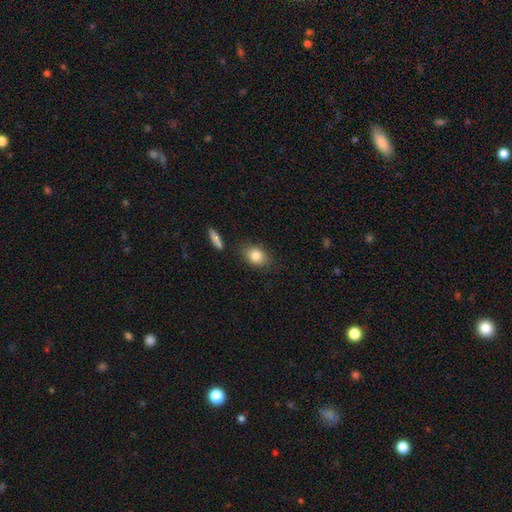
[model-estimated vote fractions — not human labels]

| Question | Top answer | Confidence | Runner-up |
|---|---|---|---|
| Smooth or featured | smooth | 81% | featured or disk (10%) |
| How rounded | in between | 69% | round (28%) |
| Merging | none | 79% | minor disturbance (14%) |